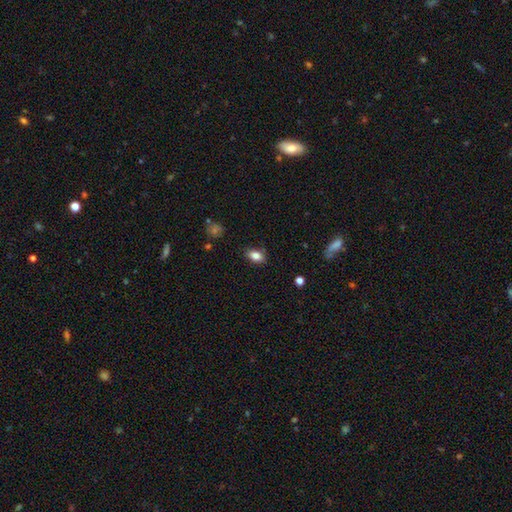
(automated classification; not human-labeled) smooth 83%, star or artifact 9%, featured or disk 8%. Down the decision tree: how rounded — in between (87%); merging — none (84%).